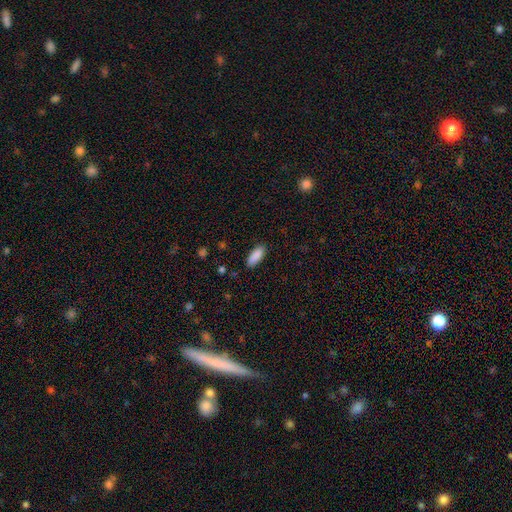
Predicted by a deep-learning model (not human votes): smooth 90%, star or artifact 6%, featured or disk 4%. Down the decision tree: how rounded — in between (77%); merging — none (87%).